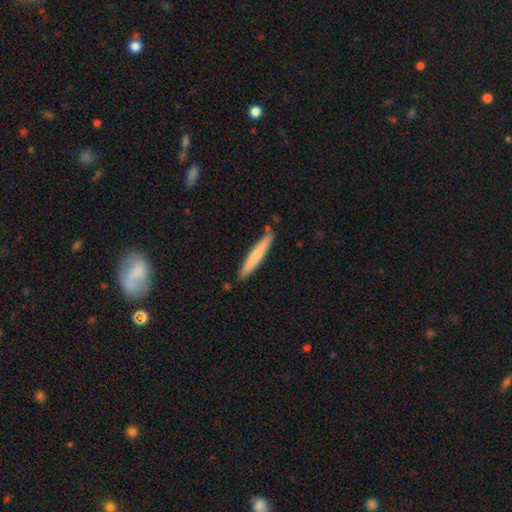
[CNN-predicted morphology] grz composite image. It shows a smooth galaxy with no disk features (70%) that is cigar-shaped (96%). Merging: none (85%).